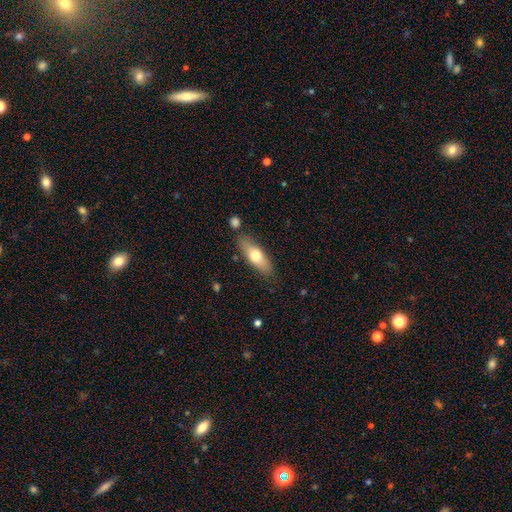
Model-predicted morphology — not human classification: Smooth or featured? Predicted: smooth (p=0.62). How rounded? Predicted: in between (p=0.55). Merging? Predicted: none (p=0.81).